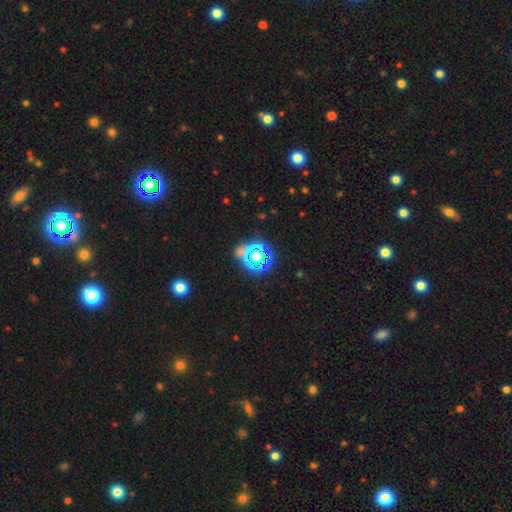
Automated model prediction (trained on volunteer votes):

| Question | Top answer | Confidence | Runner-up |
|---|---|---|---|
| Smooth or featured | star or artifact | 55% | smooth (32%) |